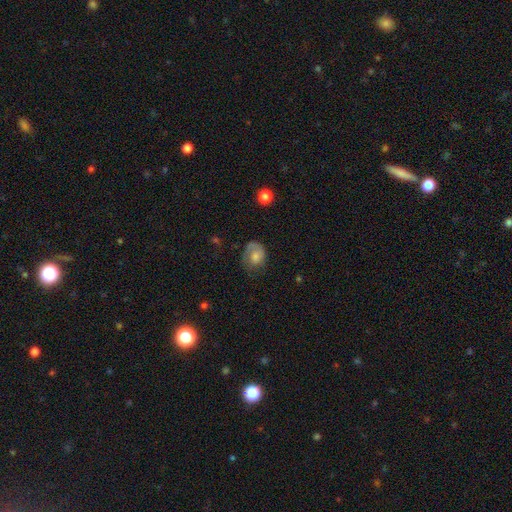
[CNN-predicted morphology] smooth-or-featured: smooth: 53% | featured or disk: 38% | star or artifact: 9%
  how-rounded: round: 50% | in between: 49% | cigar-shaped: 1%
  merging: none: 49% | minor disturbance: 25% | major disturbance: 24% | merger: 2%